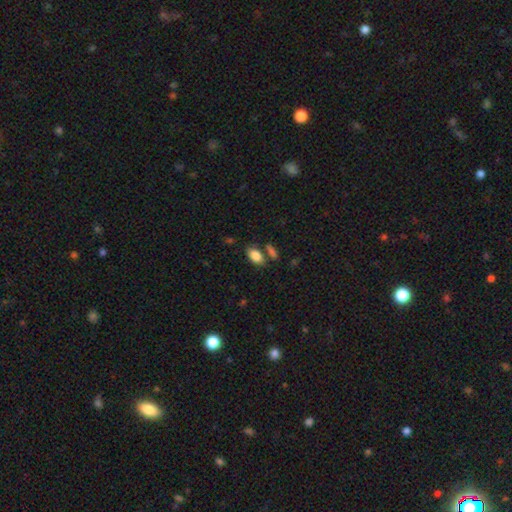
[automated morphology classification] A smooth galaxy with no disk features (85%) that is in between round and cigar-shaped (91%). Merging: none (71%).